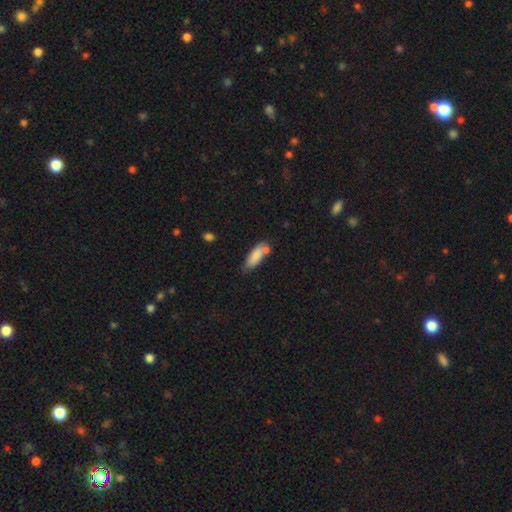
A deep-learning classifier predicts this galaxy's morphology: Smooth or featured: smooth — 83% (featured or disk — 10%)
How rounded: in between — 67% (cigar-shaped — 31%)
Merging: none — 60% (minor disturbance — 20%)